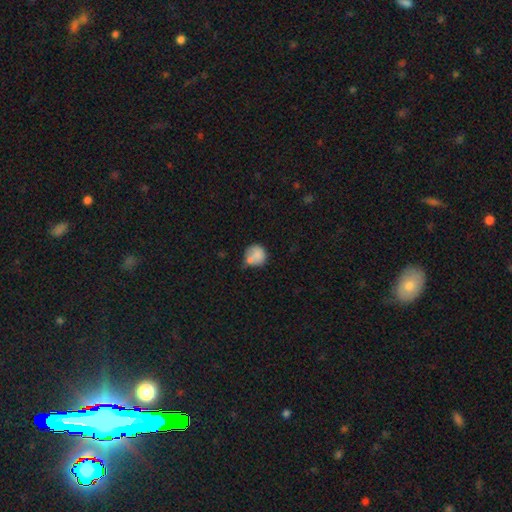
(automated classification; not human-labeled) Morphology: type=smooth (78%); roundness=round (82%); merging=none (43%).